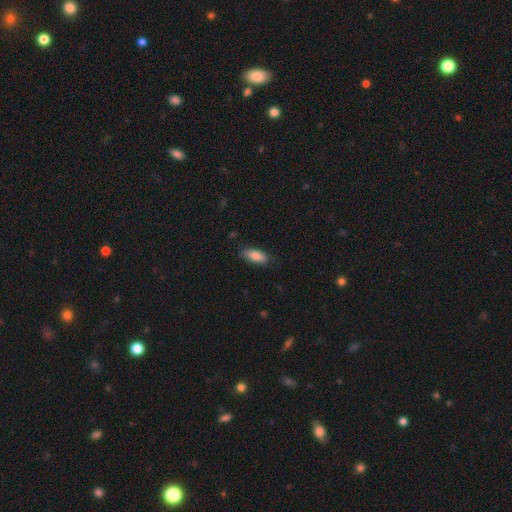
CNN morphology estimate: Overall: smooth (85%). How rounded: in between (75%). Merging: none (81%).